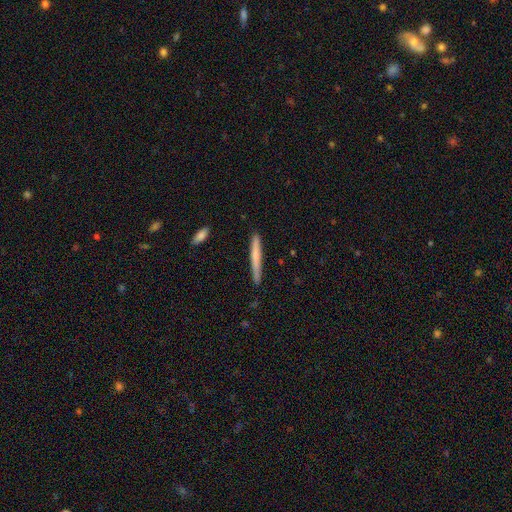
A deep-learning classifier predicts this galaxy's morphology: smooth_or_featured: smooth (p=0.63) [alt: featured or disk p=0.31]
how_rounded: cigar-shaped (p=0.96) [alt: in between p=0.03]
merging: none (p=0.87) [alt: minor disturbance p=0.10]